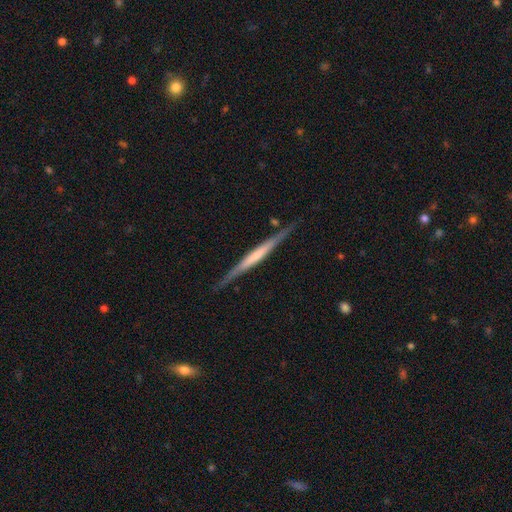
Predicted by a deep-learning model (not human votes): Smooth or featured? featured or disk (63%)
Edge-on disk? yes (97%)
Edge-on bulge? none (66%)
Merging? none (86%)